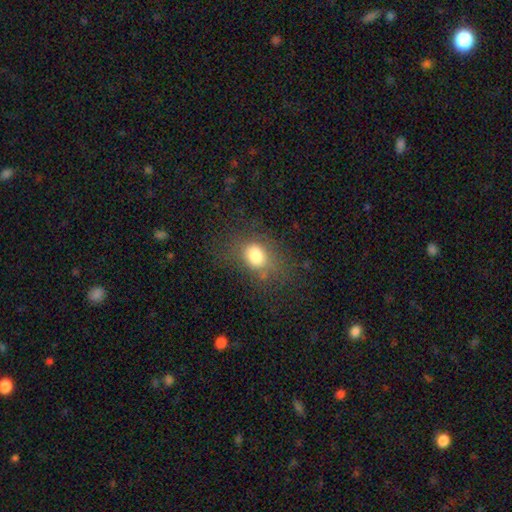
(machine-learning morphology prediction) smooth_or_featured: smooth (p=0.77) [alt: star or artifact p=0.12]
how_rounded: in between (p=0.62) [alt: round p=0.36]
merging: none (p=0.63) [alt: minor disturbance p=0.20]